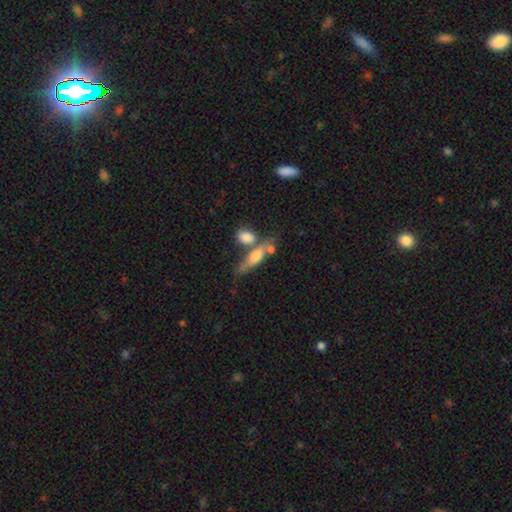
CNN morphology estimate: Smooth or featured?
  - smooth: 62% *
  - featured or disk: 30%
  - star or artifact: 8%
How rounded?
  - in between: 51% *
  - cigar-shaped: 44%
  - round: 5%
Merging?
  - none: 40% *
  - merger: 36%
  - minor disturbance: 15%
  - major disturbance: 8%